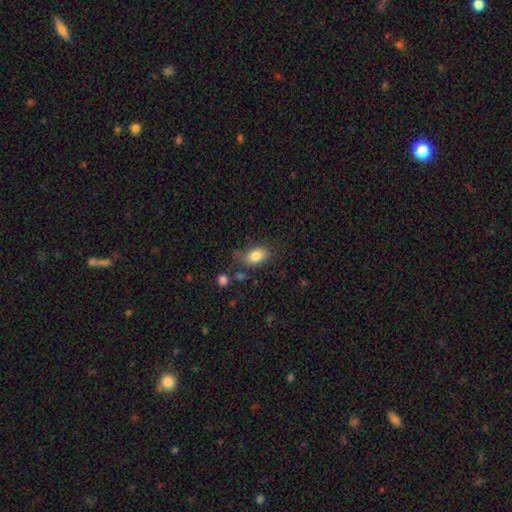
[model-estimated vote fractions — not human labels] This appears to be a smooth galaxy with no disk features (83%) that is in between round and cigar-shaped (85%). Merging: none (62%).